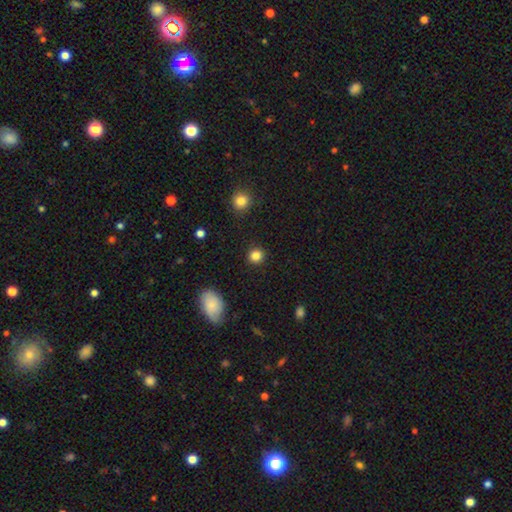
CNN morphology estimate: Overall: smooth (84%). How rounded: round (90%). Merging: none (90%).